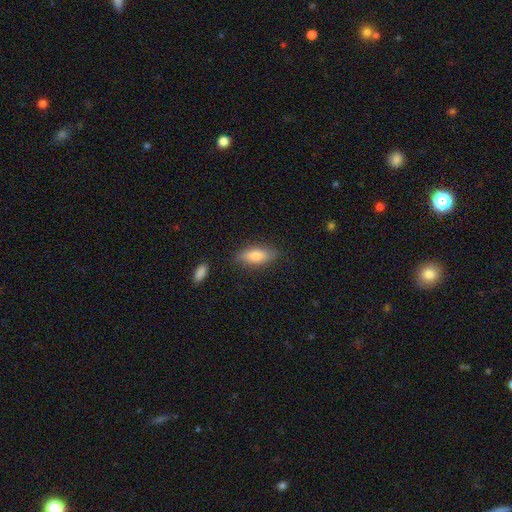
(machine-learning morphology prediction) The model was most divided on "how rounded": in between: 71%, cigar-shaped: 26%, round: 3%. More confident: merging — none (81%); smooth or featured — smooth (78%).